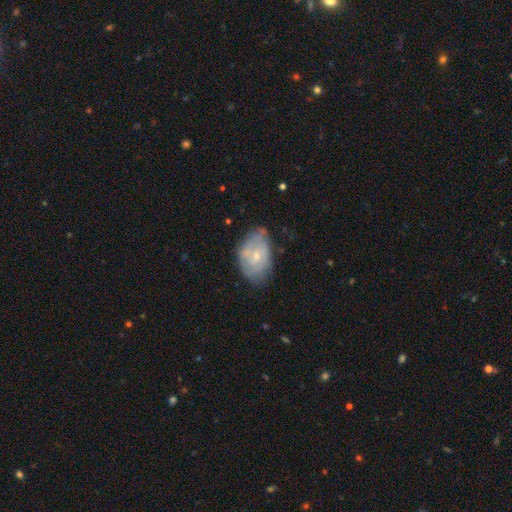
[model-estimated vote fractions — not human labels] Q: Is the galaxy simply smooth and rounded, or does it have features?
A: featured or disk — 52%.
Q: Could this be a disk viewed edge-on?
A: no — 95%.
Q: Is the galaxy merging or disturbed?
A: none — 54%.